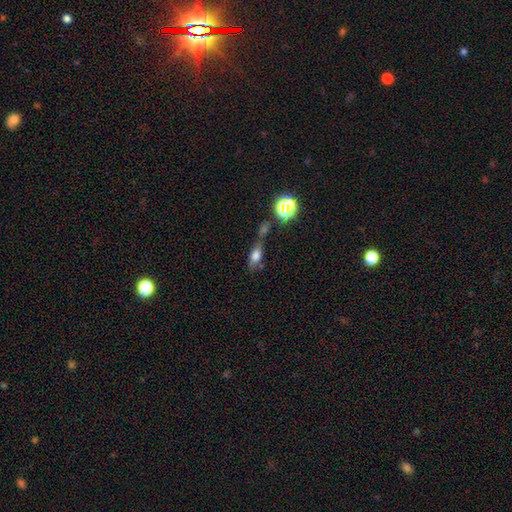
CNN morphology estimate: This appears to be a smooth galaxy with no disk features (62%) that is in between round and cigar-shaped (70%). Merging: none (37%).